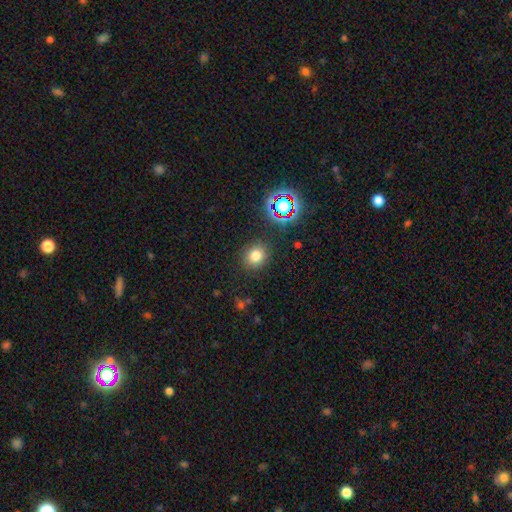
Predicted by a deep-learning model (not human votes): A smooth galaxy with no disk features (76%) that is round (75%). Merging: none (86%).